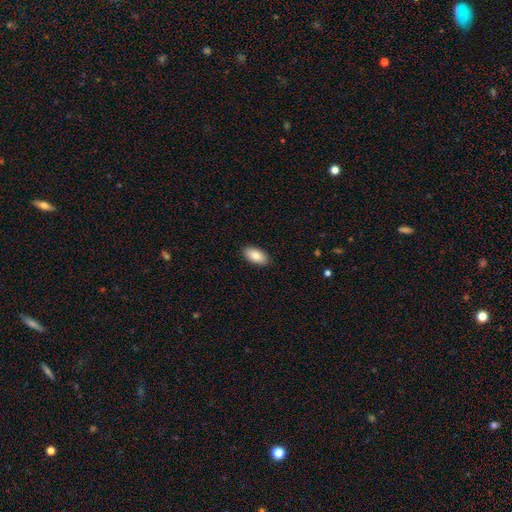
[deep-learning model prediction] smooth 85%, featured or disk 9%, star or artifact 6%. Down the decision tree: how rounded — in between (94%); merging — none (90%).